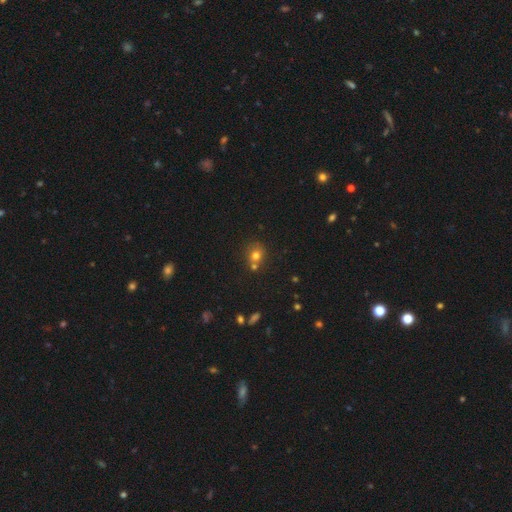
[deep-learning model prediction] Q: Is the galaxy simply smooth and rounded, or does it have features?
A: smooth — 72%.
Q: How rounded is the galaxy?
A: round — 81%.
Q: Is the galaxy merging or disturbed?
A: none — 54%.